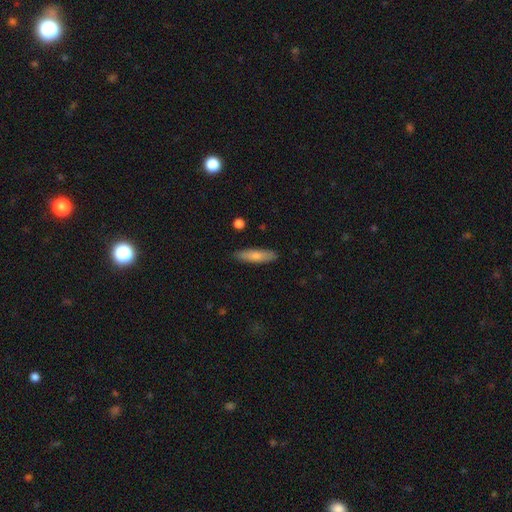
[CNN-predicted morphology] This is likely a smooth galaxy (77%). How rounded: likely cigar-shaped (70%). Merging: clearly none (88%).